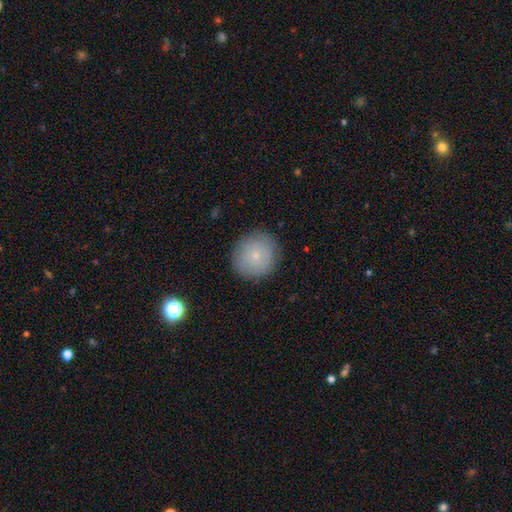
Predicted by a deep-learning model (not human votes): Smooth or featured: smooth — 73% (featured or disk — 19%)
How rounded: round — 91% (in between — 8%)
Merging: none — 85% (minor disturbance — 11%)